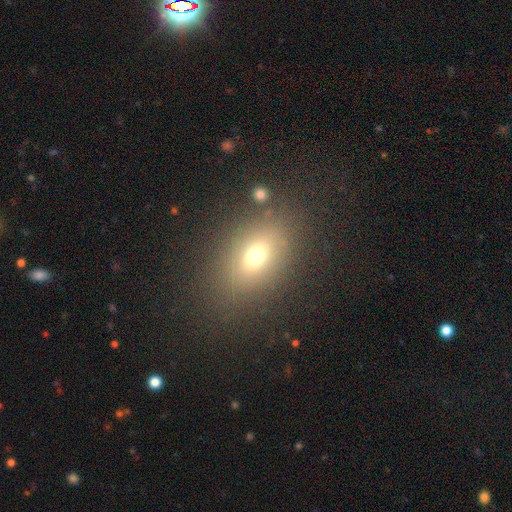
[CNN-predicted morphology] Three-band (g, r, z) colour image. It shows a smooth galaxy with no disk features (68%) that is in between round and cigar-shaped (74%). Merging: none (80%).